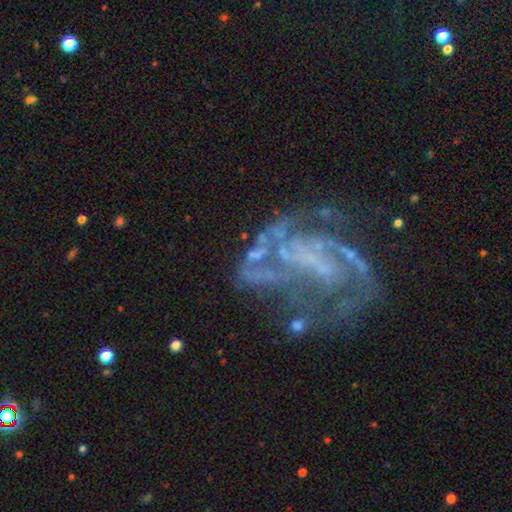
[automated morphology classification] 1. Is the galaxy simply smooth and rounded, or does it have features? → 75% featured or disk, 14% star or artifact, 11% smooth.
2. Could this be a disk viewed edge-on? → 98% no, 2% yes.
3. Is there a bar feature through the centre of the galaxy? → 60% no, 26% weak, 14% strong.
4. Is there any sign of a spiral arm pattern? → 71% yes, 29% no.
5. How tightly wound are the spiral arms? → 39% medium, 32% tight, 29% loose.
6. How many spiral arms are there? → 32% can't tell, 21% 3, 21% 2, 10% 4, 9% 1, 8% more than 4.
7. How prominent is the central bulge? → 60% none, 25% small, 11% moderate, 2% large, 1% dominant.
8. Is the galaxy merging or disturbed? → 41% none, 33% major disturbance, 18% minor disturbance, 9% merger.